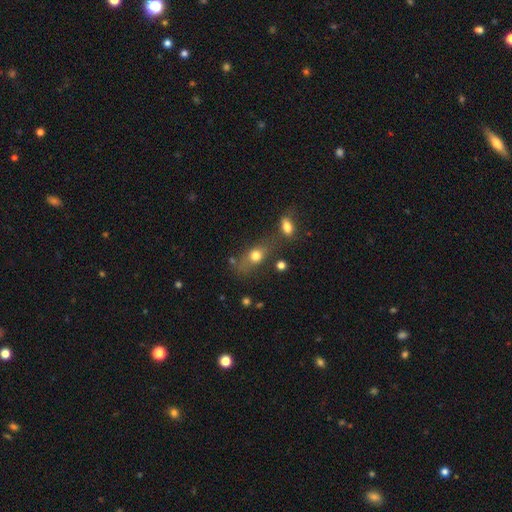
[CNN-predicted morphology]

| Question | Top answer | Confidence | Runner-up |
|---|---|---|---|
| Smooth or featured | smooth | 71% | featured or disk (16%) |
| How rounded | in between | 61% | round (30%) |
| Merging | none | 53% | minor disturbance (19%) |